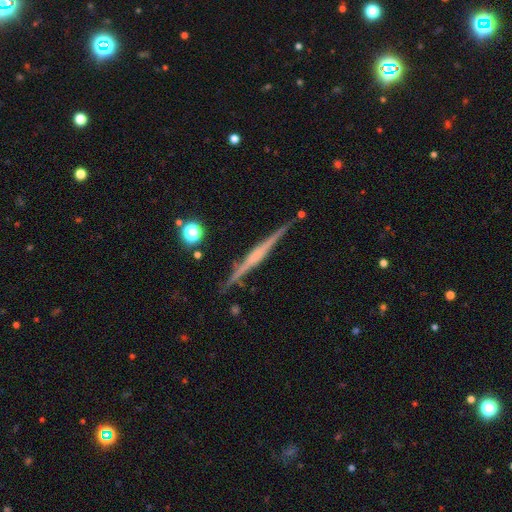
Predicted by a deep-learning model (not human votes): Smooth or featured? featured or disk (76%)
Edge-on disk? yes (98%)
Edge-on bulge? rounded (37%, tied with none)
Merging? none (89%)